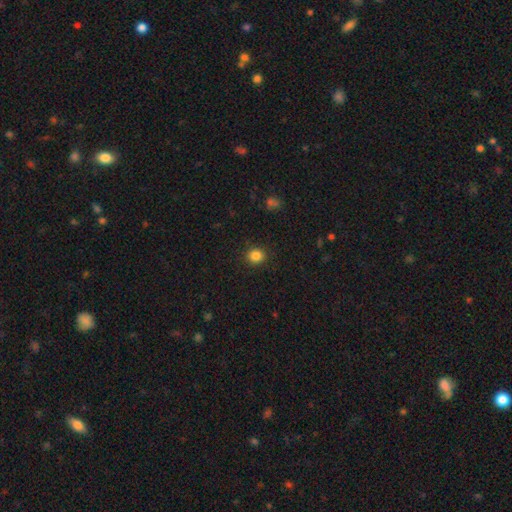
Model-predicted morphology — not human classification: This appears to be a smooth galaxy with no disk features (85%) that is round (82%). Merging: none (90%).